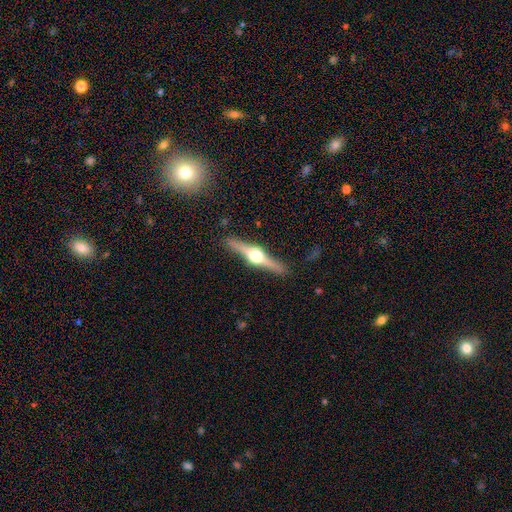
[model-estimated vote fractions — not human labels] Smooth or featured: featured or disk — 83% (smooth — 12%)
Edge-on disk: yes — 98% (no — 2%)
Edge-on bulge: rounded — 95% (boxy — 3%)
Merging: none — 90% (minor disturbance — 7%)